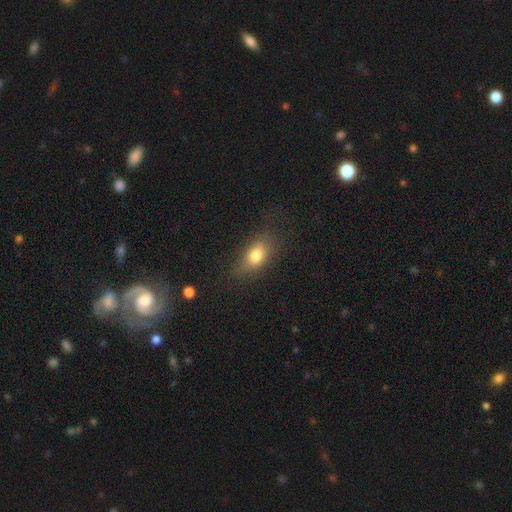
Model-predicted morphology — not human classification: type=smooth (77%); roundness=in between (79%); merging=none (71%).